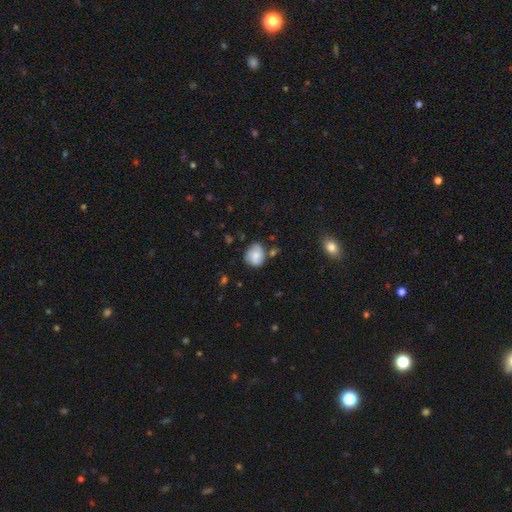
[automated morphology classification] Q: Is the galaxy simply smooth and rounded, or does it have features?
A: smooth — 67%.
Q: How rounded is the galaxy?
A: round — 58%.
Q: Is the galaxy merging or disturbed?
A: none — 56%.